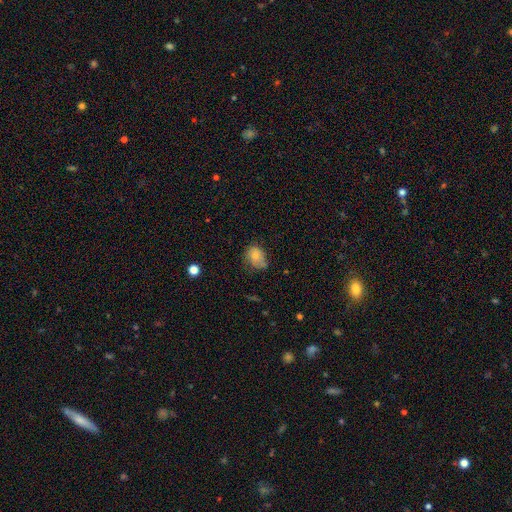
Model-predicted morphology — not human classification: Q: Smooth or featured?
A: smooth (71%); runner-up: featured or disk (20%)
Q: How rounded?
A: in between (60%); runner-up: round (39%)
Q: Merging?
A: none (49%); runner-up: minor disturbance (36%)